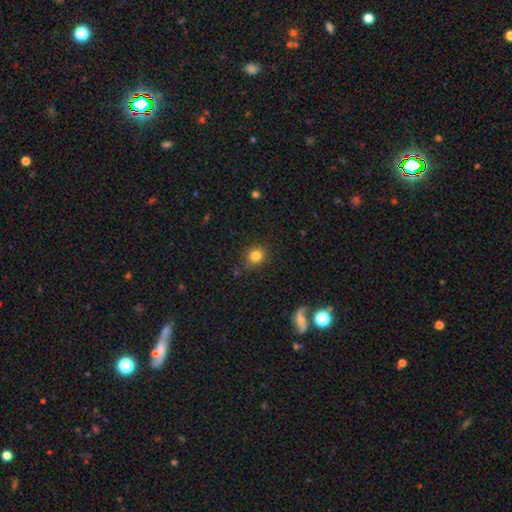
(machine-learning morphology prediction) Smooth or featured? smooth (83%)
How rounded? round (77%)
Merging? none (82%)